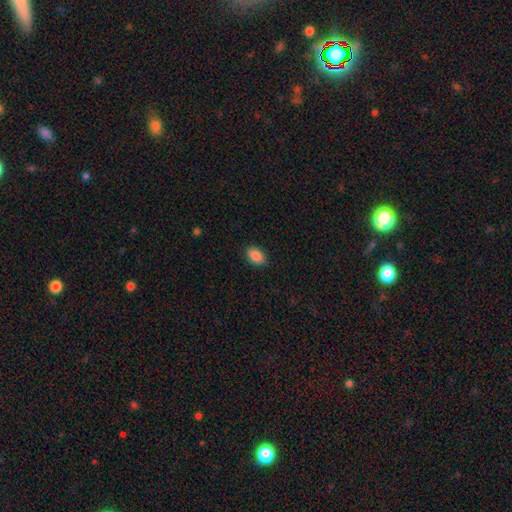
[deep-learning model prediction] Smooth or featured? smooth (89%)
How rounded? in between (90%)
Merging? none (87%)